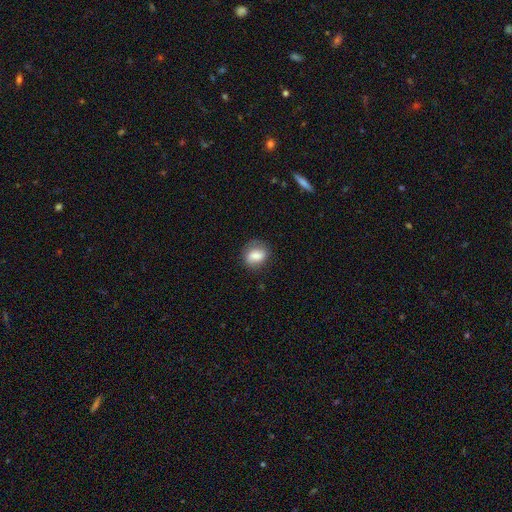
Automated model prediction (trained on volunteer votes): This is likely a smooth galaxy (64%). How rounded: possibly round (55%). Merging: likely none (73%).